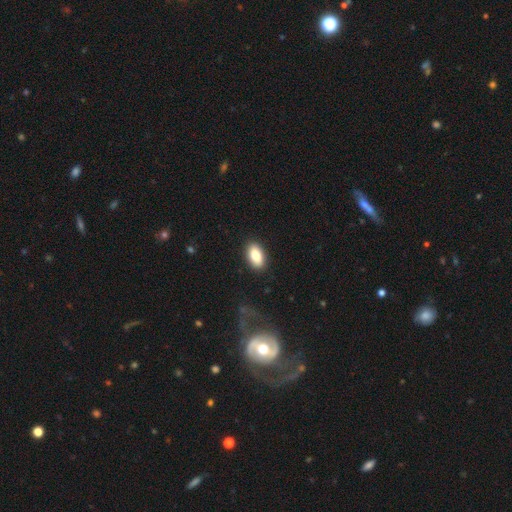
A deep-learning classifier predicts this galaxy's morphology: smooth-or-featured: smooth: 81% | featured or disk: 12% | star or artifact: 7%
  how-rounded: in between: 92% | round: 6% | cigar-shaped: 3%
  merging: none: 88% | minor disturbance: 8% | major disturbance: 2% | merger: 1%